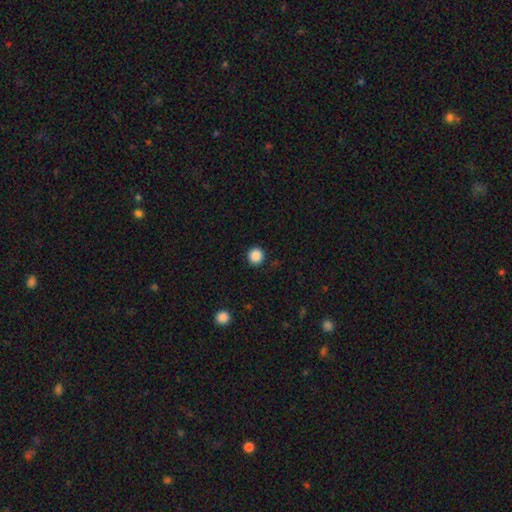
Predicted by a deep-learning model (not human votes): The model was most divided on "smooth or featured": smooth: 88%, star or artifact: 10%, featured or disk: 3%. More confident: how rounded — round (94%); merging — none (92%).